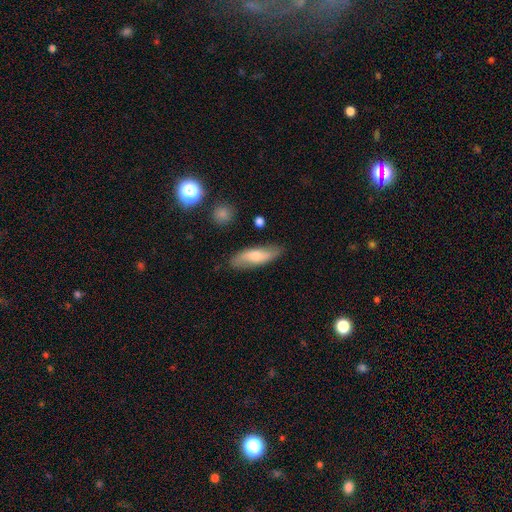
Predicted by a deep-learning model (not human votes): smooth 57%, featured or disk 36%, star or artifact 7%. Down the decision tree: how rounded — in between (50%); merging — none (83%).